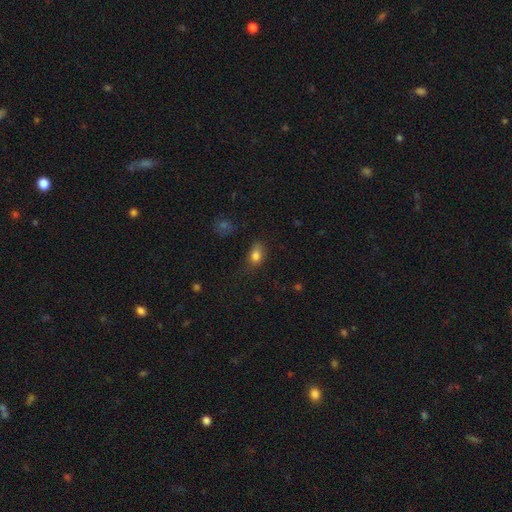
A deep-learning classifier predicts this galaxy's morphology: Smooth or featured: smooth — 82% (star or artifact — 11%)
How rounded: in between — 76% (round — 22%)
Merging: none — 67% (minor disturbance — 23%)